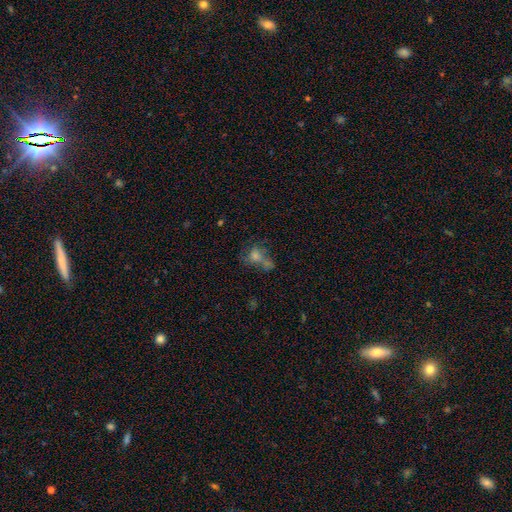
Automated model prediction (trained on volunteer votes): Smooth or featured? Predicted: smooth (p=0.53). How rounded? Predicted: round (p=0.55). Merging? Predicted: none (p=0.36).